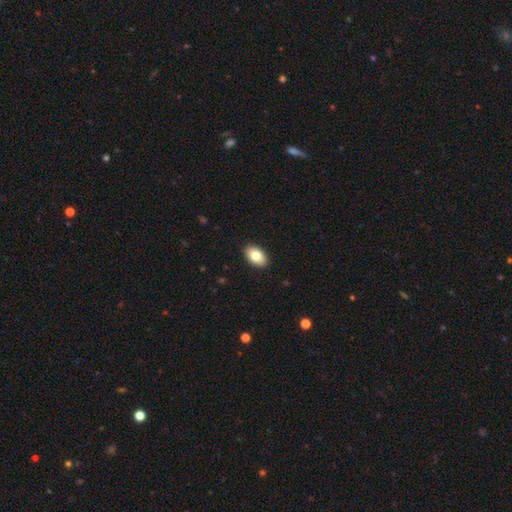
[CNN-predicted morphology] Q: Smooth or featured?
A: smooth (80%); runner-up: featured or disk (13%)
Q: How rounded?
A: in between (91%); runner-up: round (8%)
Q: Merging?
A: none (90%); runner-up: minor disturbance (7%)